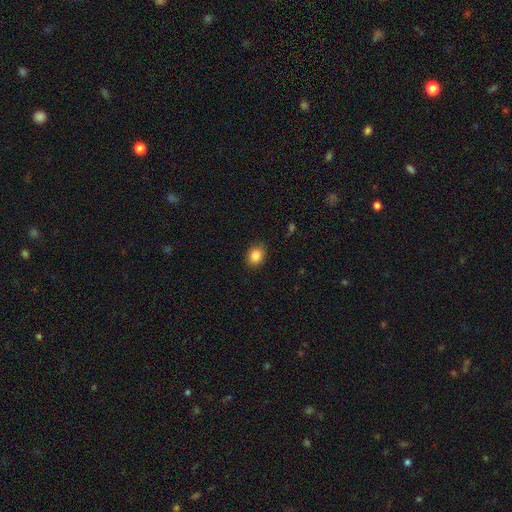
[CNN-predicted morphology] smooth_or_featured: smooth (p=0.85) [alt: star or artifact p=0.09]
how_rounded: round (p=0.54) [alt: in between p=0.45]
merging: none (p=0.87) [alt: minor disturbance p=0.10]